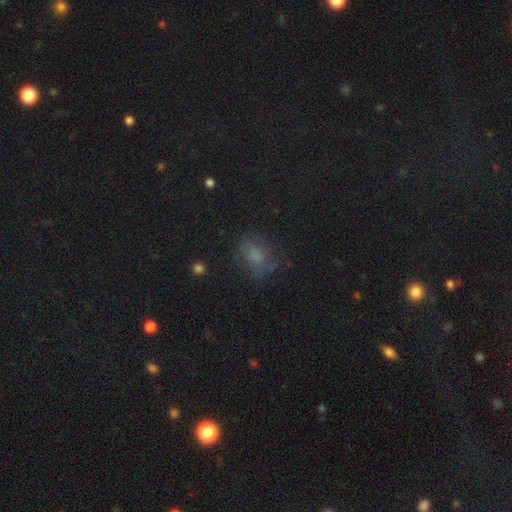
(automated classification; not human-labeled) smooth-or-featured: smooth: 63% | star or artifact: 22% | featured or disk: 16%
  how-rounded: in between: 60% | round: 38% | cigar-shaped: 2%
  merging: none: 61% | minor disturbance: 22% | major disturbance: 14% | merger: 2%